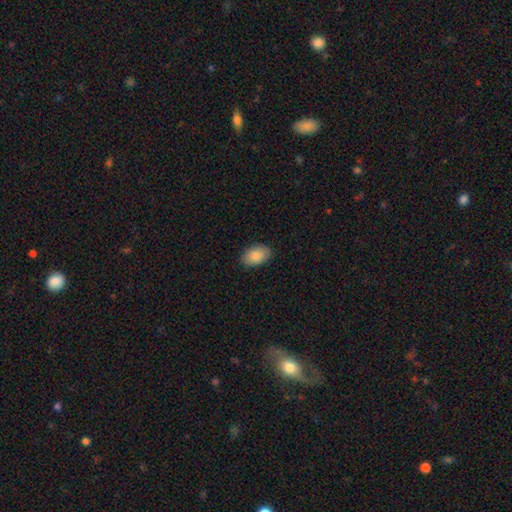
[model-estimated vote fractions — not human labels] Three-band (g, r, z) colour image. It shows a smooth galaxy with no disk features (84%) that is in between round and cigar-shaped (90%). Merging: none (87%).